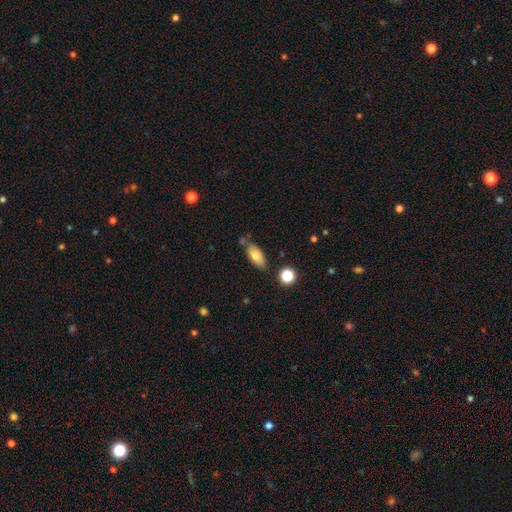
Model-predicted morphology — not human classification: smooth 79%, featured or disk 13%, star or artifact 8%. Down the decision tree: how rounded — in between (87%); merging — none (72%).